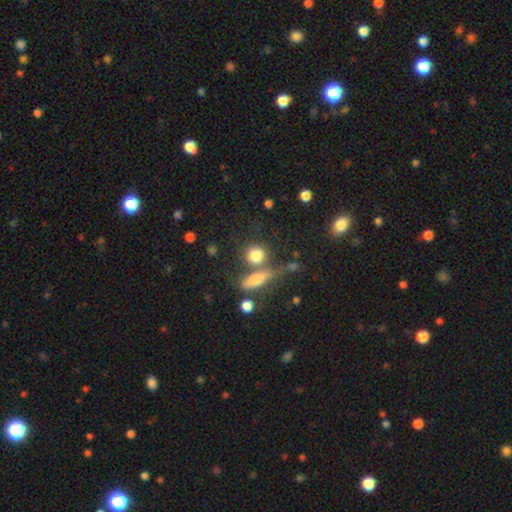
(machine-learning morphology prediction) A smooth galaxy with no disk features (81%) that is round (74%).

Vote fractions:
- Smooth or featured? smooth: 81% / star or artifact: 10% / featured or disk: 10%
- How rounded? round: 74% / in between: 20% / cigar-shaped: 6%
- Merging? none: 57% / merger: 27% / minor disturbance: 11% / major disturbance: 6%